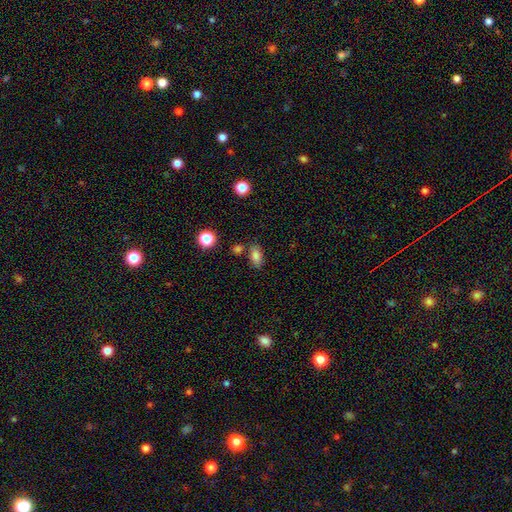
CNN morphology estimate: This is clearly a smooth galaxy (82%). How rounded: clearly in between (86%). Merging: likely none (73%).